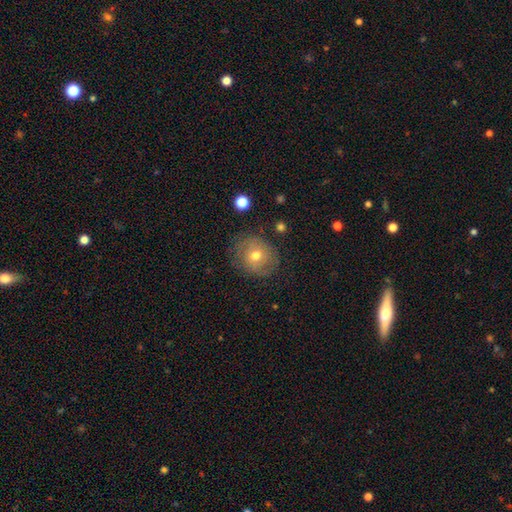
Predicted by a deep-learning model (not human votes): Smooth or featured?
  - smooth: 62% *
  - featured or disk: 27%
  - star or artifact: 11%
How rounded?
  - round: 71% *
  - in between: 28%
  - cigar-shaped: 1%
Merging?
  - none: 74% *
  - minor disturbance: 17%
  - major disturbance: 7%
  - merger: 2%